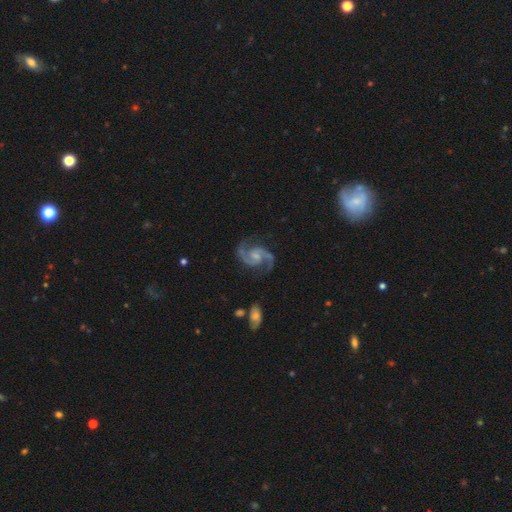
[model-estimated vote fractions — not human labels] This appears to be a featured or disk galaxy (94%) with no bar (53%), 2 (94%) medium (65%) spiral arms (99%) and a small central bulge (55%). Merging: none (80%).